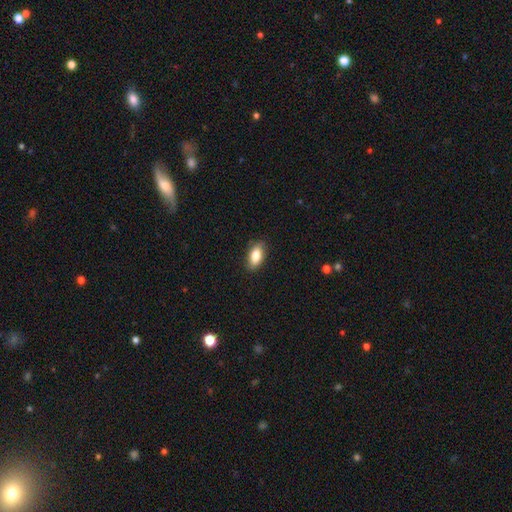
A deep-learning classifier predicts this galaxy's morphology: smooth 83%, featured or disk 10%, star or artifact 7%. Down the decision tree: how rounded — in between (89%); merging — none (86%).